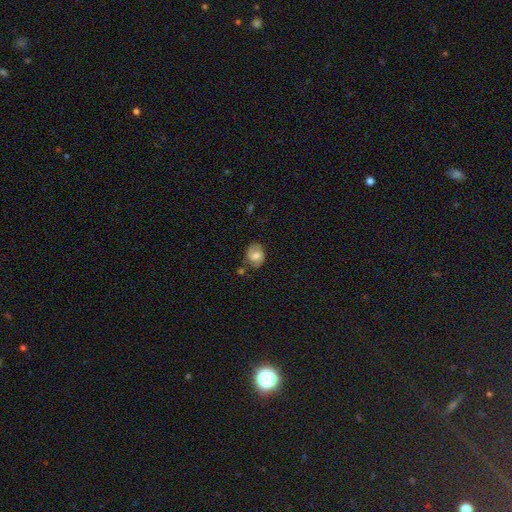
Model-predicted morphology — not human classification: Q: Smooth or featured?
A: smooth (64%); runner-up: featured or disk (27%)
Q: How rounded?
A: round (50%); runner-up: in between (49%)
Q: Merging?
A: none (66%); runner-up: minor disturbance (21%)